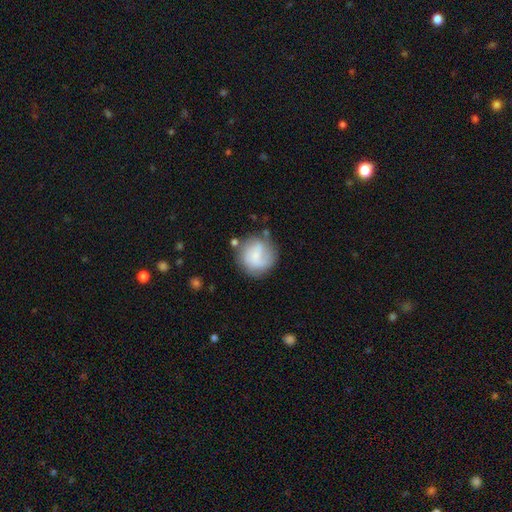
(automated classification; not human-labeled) A smooth galaxy with no disk features (55%) that is round (88%).

Vote fractions:
- Smooth or featured? smooth: 55% / featured or disk: 37% / star or artifact: 8%
- How rounded? round: 88% / in between: 11% / cigar-shaped: 1%
- Merging? none: 61% / minor disturbance: 21% / major disturbance: 12% / merger: 6%